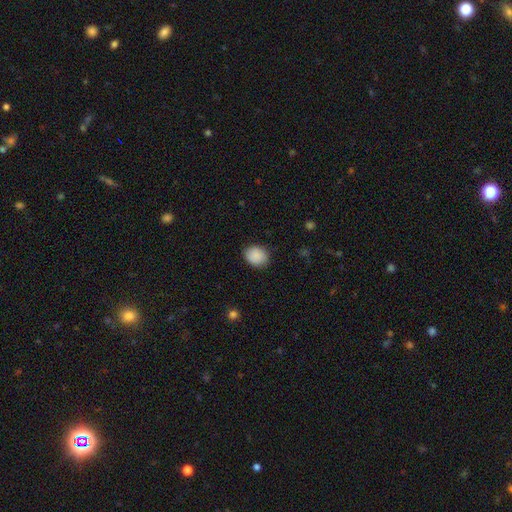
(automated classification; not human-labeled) Smooth or featured? Predicted: smooth (p=0.89). How rounded? Predicted: round (p=0.55). Merging? Predicted: none (p=0.85).